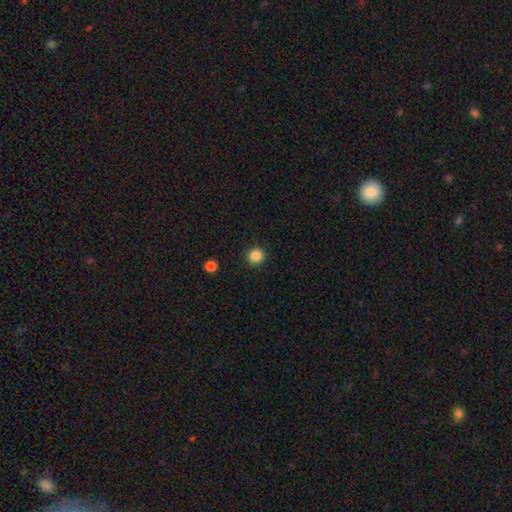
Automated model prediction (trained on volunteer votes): A smooth galaxy with no disk features (86%) that is round (95%). Merging: none (93%).